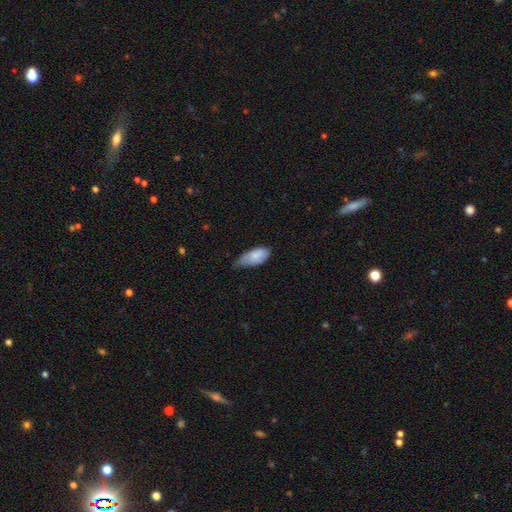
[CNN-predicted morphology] smooth_or_featured: smooth (p=0.78) [alt: featured or disk p=0.16]
how_rounded: in between (p=0.92) [alt: cigar-shaped p=0.06]
merging: minor disturbance (p=0.54) [alt: none p=0.32]